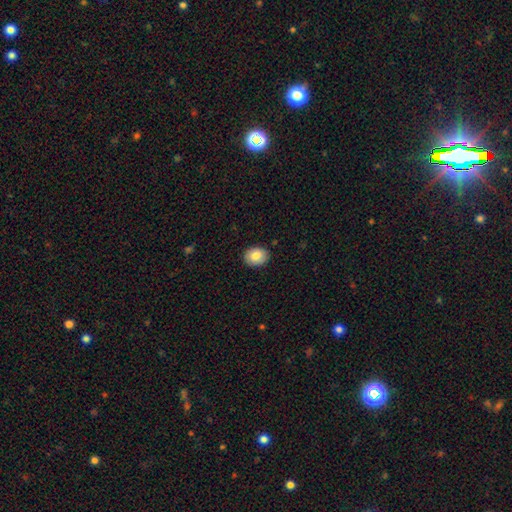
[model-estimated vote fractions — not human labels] Smooth or featured? smooth (83%)
How rounded? in between (55%)
Merging? none (89%)